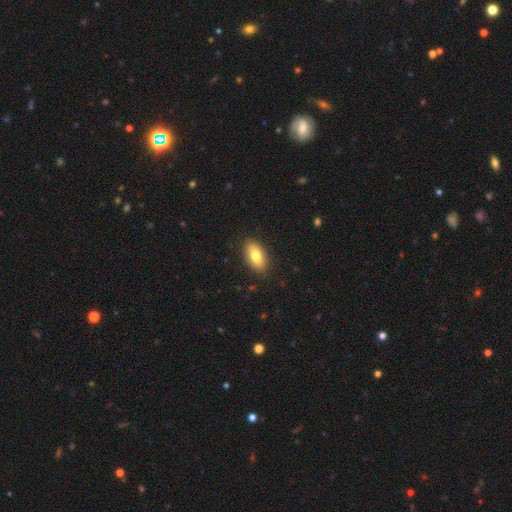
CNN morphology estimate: The model was most divided on "smooth or featured": smooth: 75%, featured or disk: 18%, star or artifact: 7%. More confident: how rounded — in between (91%); merging — none (86%).